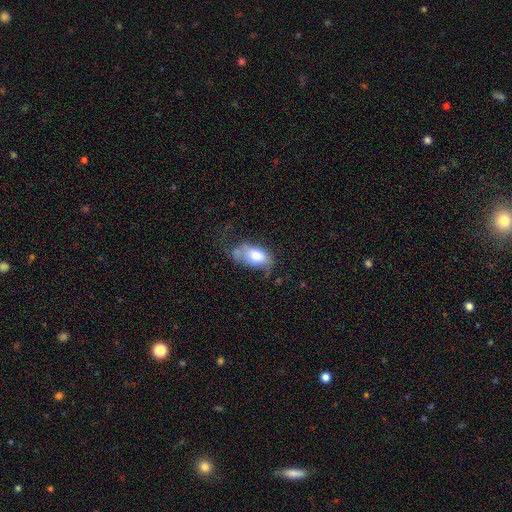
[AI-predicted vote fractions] The model was most divided on "merging": none: 34%, minor disturbance: 33%, major disturbance: 23%, merger: 10%. More confident: how rounded — in between (90%); smooth or featured — smooth (70%).